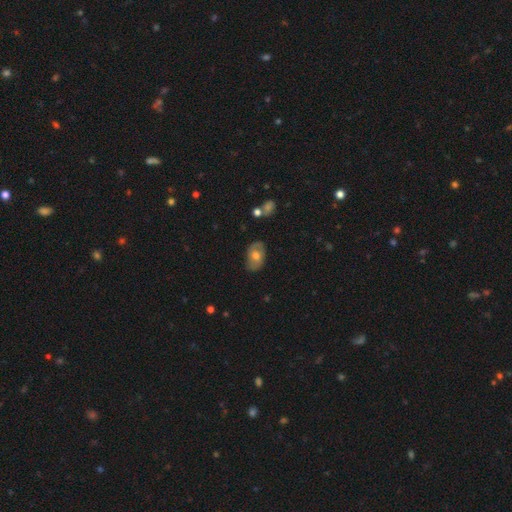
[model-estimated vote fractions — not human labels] Smooth or featured: smooth — 58% (featured or disk — 34%)
How rounded: in between — 87% (round — 12%)
Merging: none — 76% (minor disturbance — 18%)